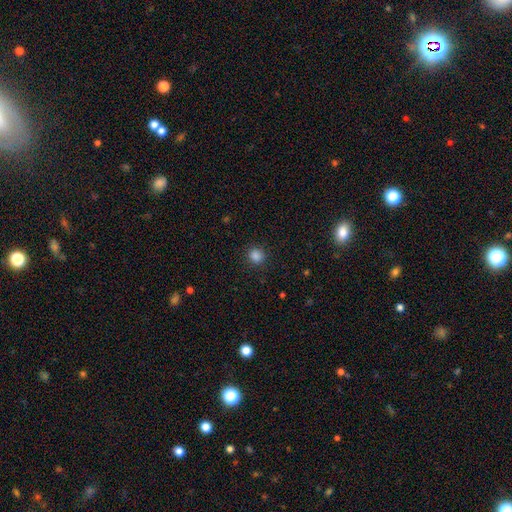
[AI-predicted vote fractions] A smooth galaxy with no disk features (85%) that is round (88%).

Vote fractions:
- Smooth or featured? smooth: 85% / star or artifact: 12% / featured or disk: 3%
- How rounded? round: 88% / in between: 11% / cigar-shaped: 1%
- Merging? none: 89% / minor disturbance: 7% / major disturbance: 3% / merger: 1%